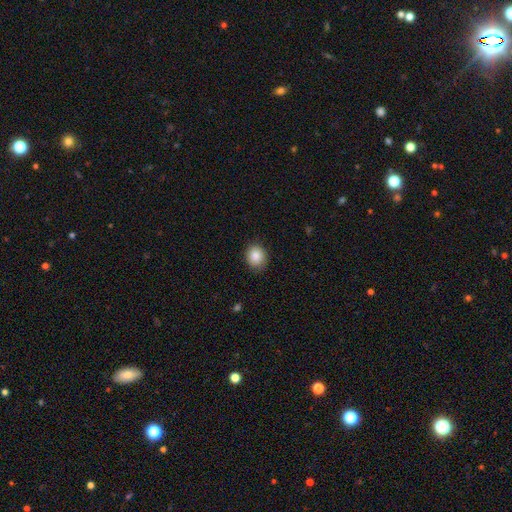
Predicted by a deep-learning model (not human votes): Overall: smooth (86%). How rounded: round (68%; in between 31%). Merging: none (83%).